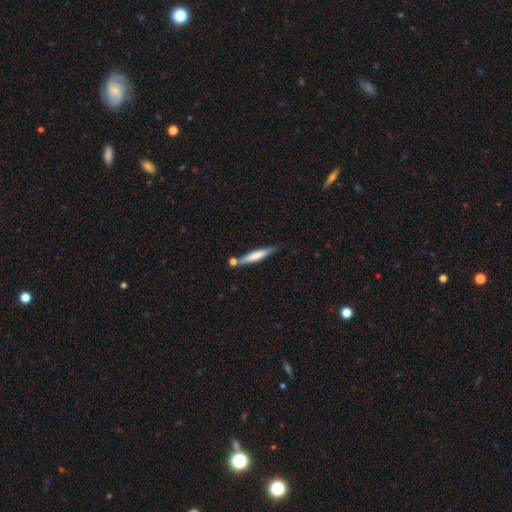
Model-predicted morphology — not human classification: A smooth galaxy with no disk features (60%) that is cigar-shaped (90%).

Vote fractions:
- Smooth or featured? smooth: 60% / featured or disk: 34% / star or artifact: 6%
- How rounded? cigar-shaped: 90% / in between: 9% / round: 1%
- Merging? none: 67% / minor disturbance: 15% / merger: 14% / major disturbance: 3%